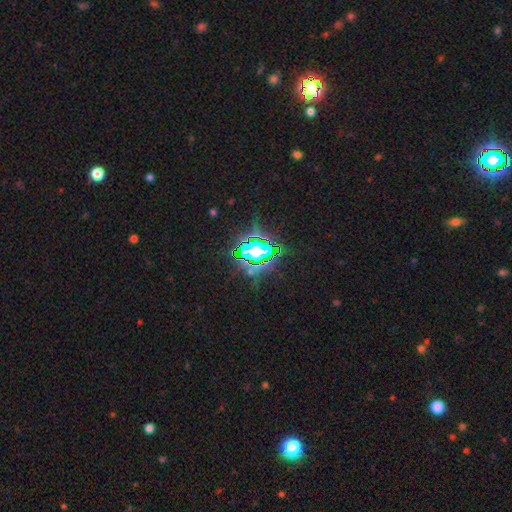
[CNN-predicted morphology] Smooth or featured: star or artifact — 79% (smooth — 13%)